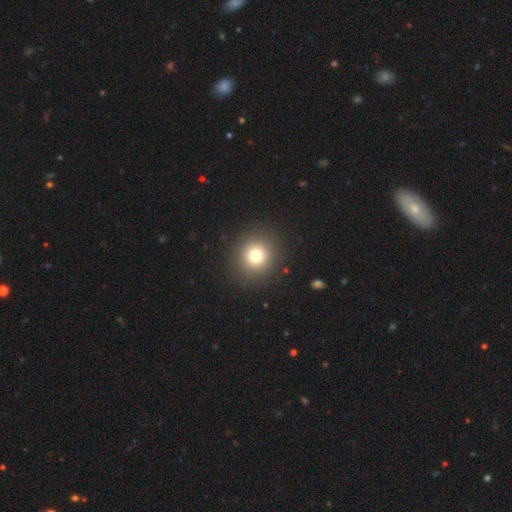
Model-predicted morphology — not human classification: smooth_or_featured: smooth (p=0.76) [alt: star or artifact p=0.14]
how_rounded: round (p=0.90) [alt: in between p=0.09]
merging: none (p=0.90) [alt: minor disturbance p=0.06]